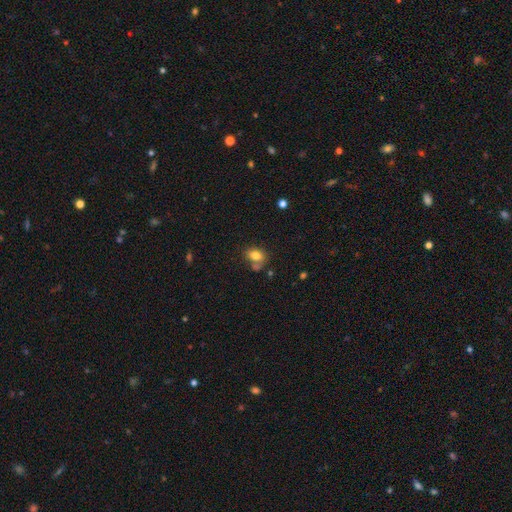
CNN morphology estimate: smooth-or-featured: smooth: 80% | featured or disk: 10% | star or artifact: 10%
  how-rounded: in between: 75% | round: 24% | cigar-shaped: 1%
  merging: none: 57% | merger: 22% | minor disturbance: 16% | major disturbance: 5%